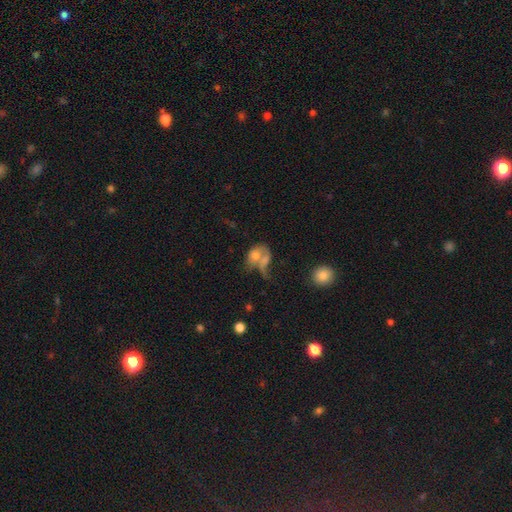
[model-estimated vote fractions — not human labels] This appears to be a smooth galaxy with no disk features (59%) that is in between round and cigar-shaped (68%). Merging: merger (58%).